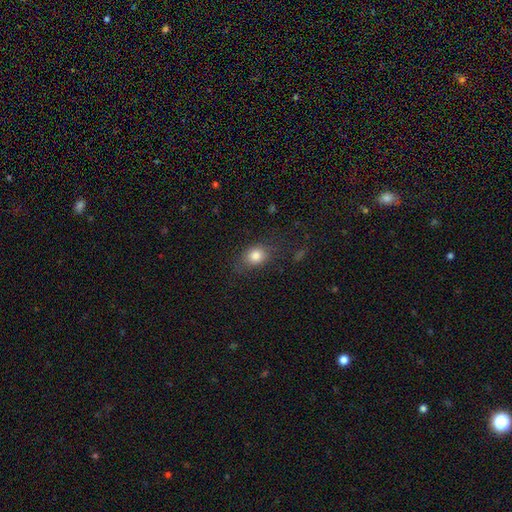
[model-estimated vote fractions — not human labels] The model was most divided on "how rounded": in between: 56%, round: 42%, cigar-shaped: 2%. More confident: smooth or featured — smooth (81%); merging — none (69%).